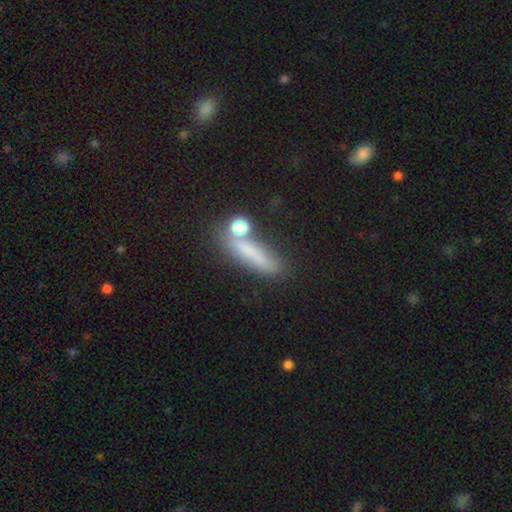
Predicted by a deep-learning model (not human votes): Morphology: type=smooth (66%); roundness=cigar-shaped (72%); merging=none (60%).